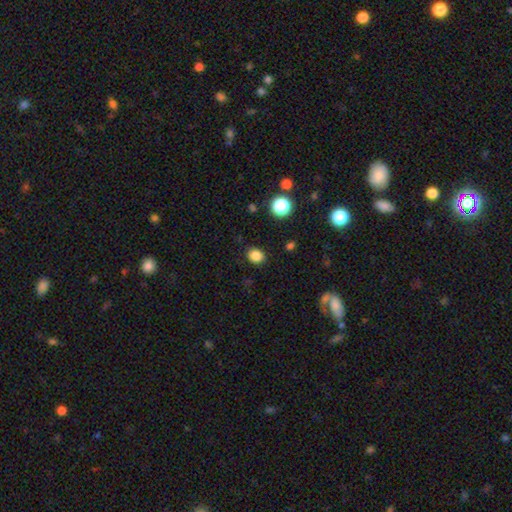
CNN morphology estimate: Overall: smooth (84%). How rounded: round (60%; in between 39%). Merging: none (87%).